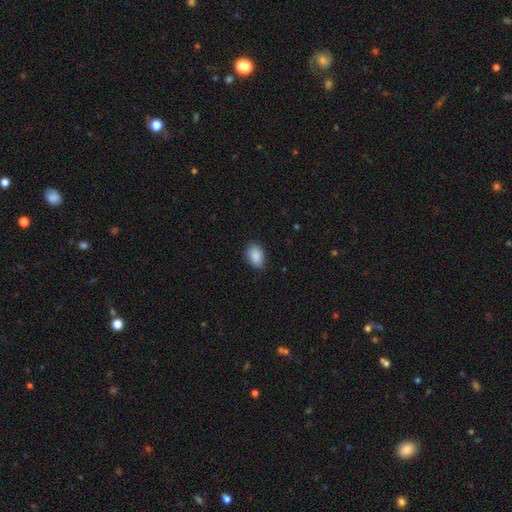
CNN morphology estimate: A smooth galaxy with no disk features (89%) that is in between round and cigar-shaped (85%).

Vote fractions:
- Smooth or featured? smooth: 89% / star or artifact: 7% / featured or disk: 4%
- How rounded? in between: 85% / round: 13% / cigar-shaped: 1%
- Merging? none: 81% / minor disturbance: 15% / major disturbance: 3% / merger: 1%